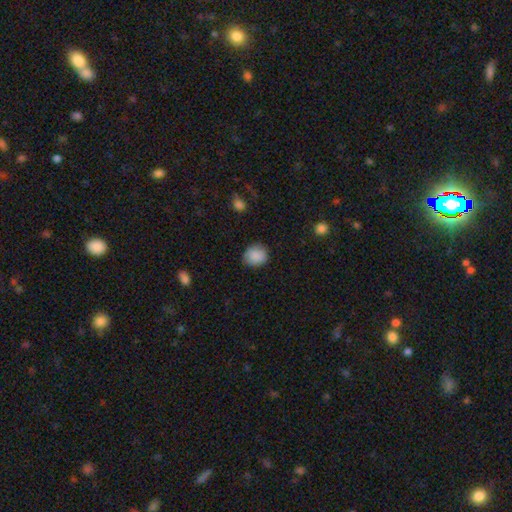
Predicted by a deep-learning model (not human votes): A smooth galaxy with no disk features (88%) that is round (79%). Merging: none (85%).